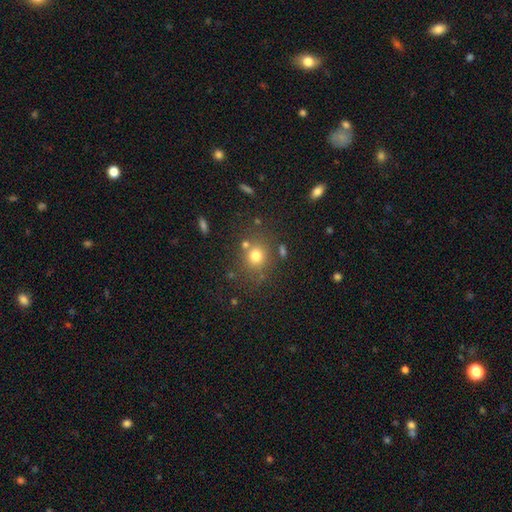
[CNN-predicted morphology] This appears to be a smooth galaxy with no disk features (75%) that is round (82%). Merging: none (74%).